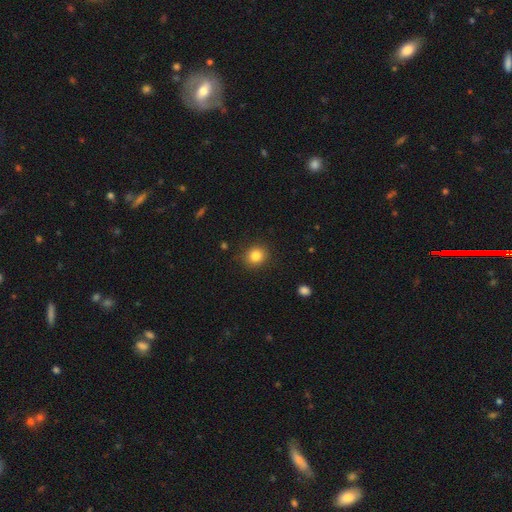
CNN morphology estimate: Smooth or featured?
  - smooth: 84% *
  - star or artifact: 11%
  - featured or disk: 6%
How rounded?
  - round: 84% *
  - in between: 15%
  - cigar-shaped: 1%
Merging?
  - none: 89% *
  - minor disturbance: 8%
  - major disturbance: 2%
  - merger: 1%